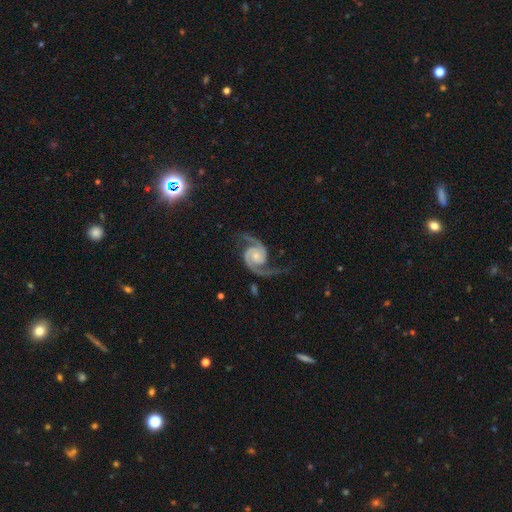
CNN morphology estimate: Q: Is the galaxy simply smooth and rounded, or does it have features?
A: featured or disk — 94%.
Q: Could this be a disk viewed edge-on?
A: no — 98%.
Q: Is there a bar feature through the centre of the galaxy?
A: no — 67%.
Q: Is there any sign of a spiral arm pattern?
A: yes — 99%.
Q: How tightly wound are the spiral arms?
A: medium — 55%.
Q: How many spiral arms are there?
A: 2 — 94%.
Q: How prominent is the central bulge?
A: small — 52%.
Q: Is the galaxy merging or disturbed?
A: none — 75%.